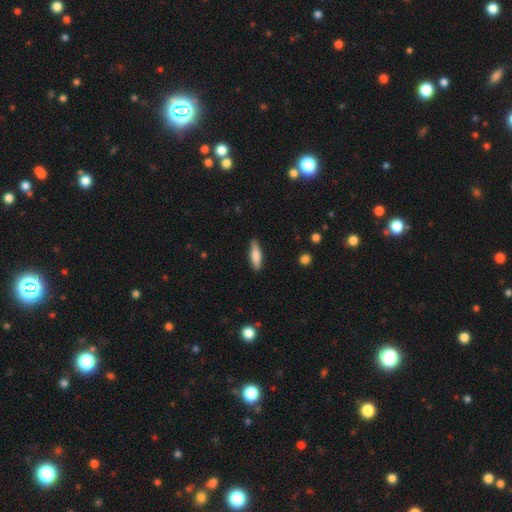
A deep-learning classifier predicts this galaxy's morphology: type=smooth (81%); roundness=cigar-shaped (63%); merging=none (85%).